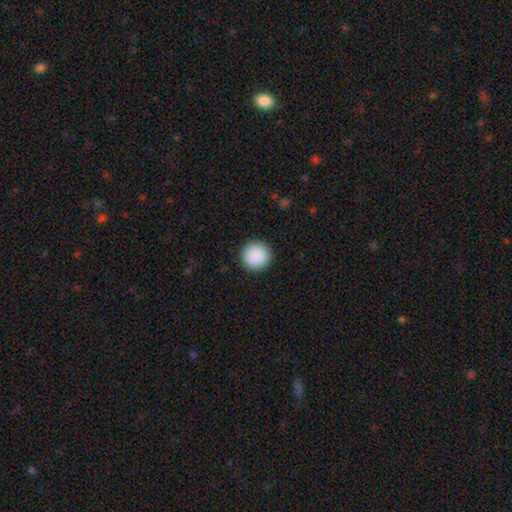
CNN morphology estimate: Q: Smooth or featured?
A: smooth (90%); runner-up: star or artifact (7%)
Q: How rounded?
A: round (96%); runner-up: in between (3%)
Q: Merging?
A: none (93%); runner-up: minor disturbance (5%)